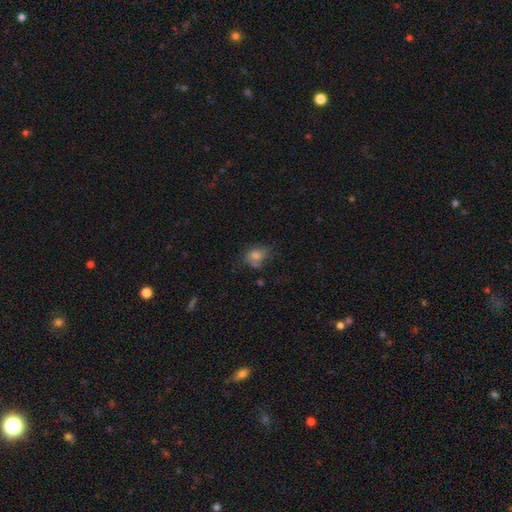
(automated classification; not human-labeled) Smooth or featured? smooth (68%)
How rounded? in between (66%)
Merging? none (52%)